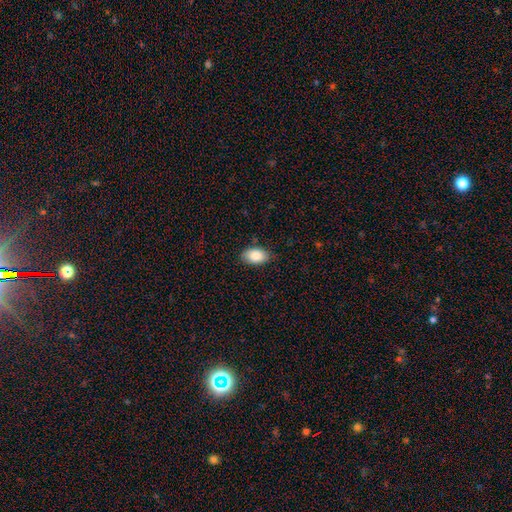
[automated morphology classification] Q: Smooth or featured?
A: smooth (86%); runner-up: featured or disk (7%)
Q: How rounded?
A: in between (92%); runner-up: round (6%)
Q: Merging?
A: none (83%); runner-up: minor disturbance (14%)